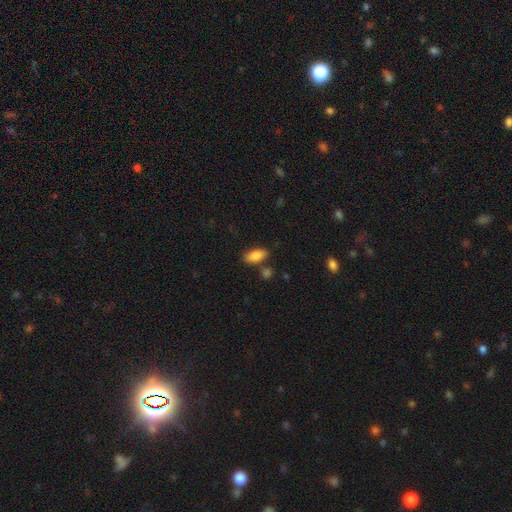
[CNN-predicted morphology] Smooth or featured? smooth (85%)
How rounded? in between (89%)
Merging? none (75%)